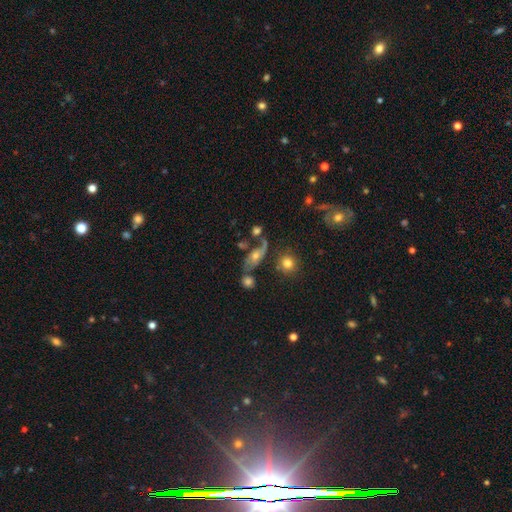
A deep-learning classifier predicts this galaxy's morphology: The model was most divided on "smooth or featured": featured or disk: 51%, smooth: 31%, star or artifact: 18%. Remaining: edge-on disk — no (81%); merging — none (49%).